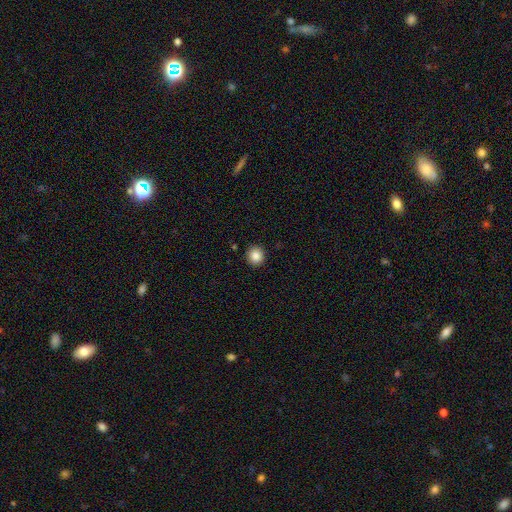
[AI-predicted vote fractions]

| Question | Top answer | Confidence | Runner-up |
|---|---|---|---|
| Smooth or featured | smooth | 86% | star or artifact (9%) |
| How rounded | round | 92% | in between (7%) |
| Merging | none | 92% | minor disturbance (5%) |